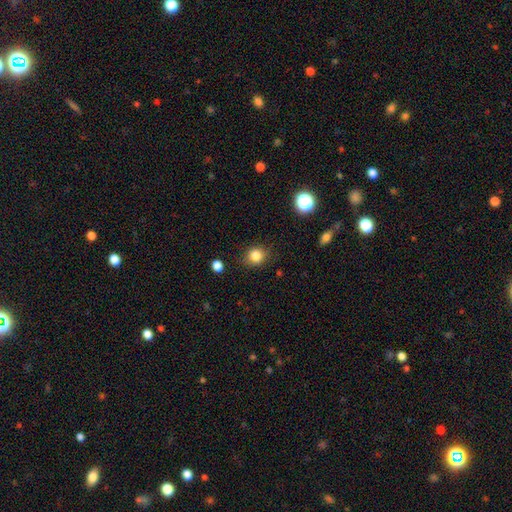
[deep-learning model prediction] A smooth galaxy with no disk features (83%) that is round (77%).

Vote fractions:
- Smooth or featured? smooth: 83% / star or artifact: 11% / featured or disk: 5%
- How rounded? round: 77% / in between: 22% / cigar-shaped: 1%
- Merging? none: 85% / minor disturbance: 11% / major disturbance: 3% / merger: 1%